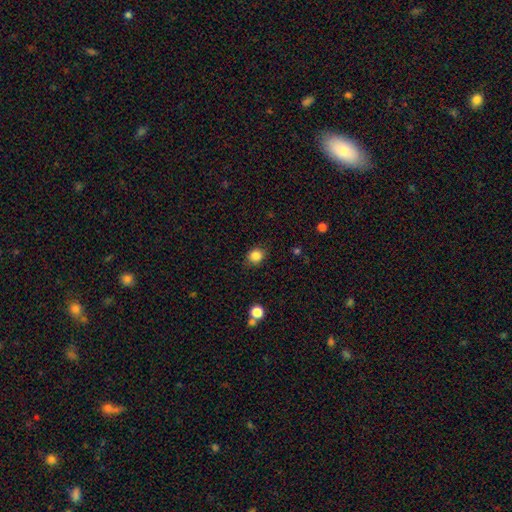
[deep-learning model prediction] Smooth or featured: smooth — 85% (star or artifact — 11%)
How rounded: round — 72% (in between — 27%)
Merging: none — 84% (minor disturbance — 12%)